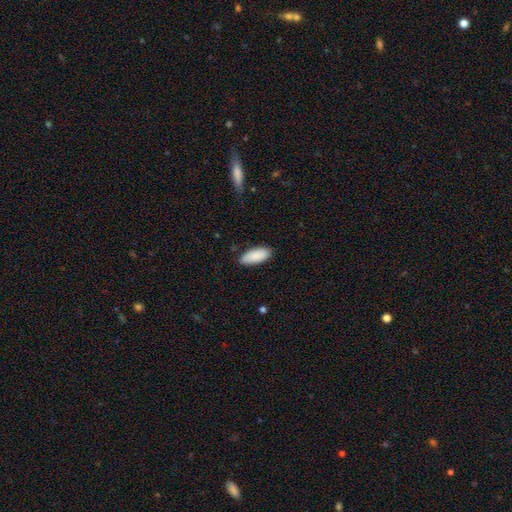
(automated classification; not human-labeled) Overall: smooth (90%). How rounded: in between (86%). Merging: none (85%).